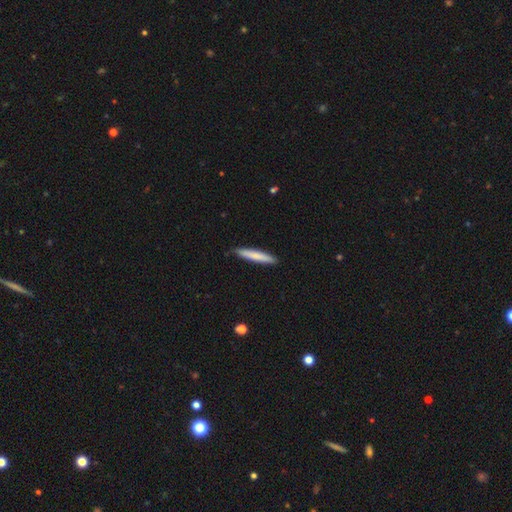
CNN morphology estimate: This appears to be a smooth galaxy with no disk features (75%) that is cigar-shaped (92%). Merging: none (89%).